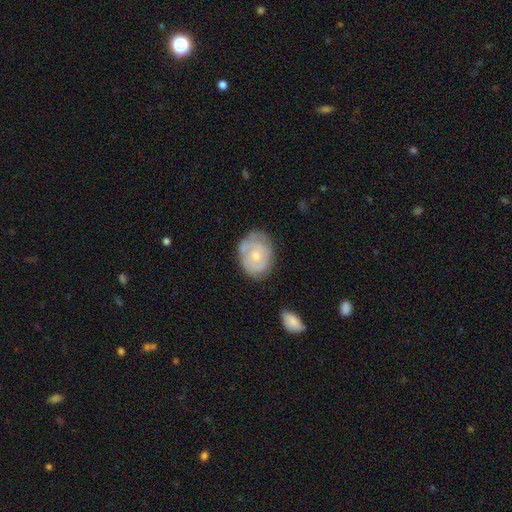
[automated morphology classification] A featured or disk galaxy (52%).

Vote fractions:
- Smooth or featured? featured or disk: 52% / smooth: 42% / star or artifact: 6%
- Edge-on disk? no: 96% / yes: 4%
- Merging? none: 62% / minor disturbance: 25% / major disturbance: 7% / merger: 5%